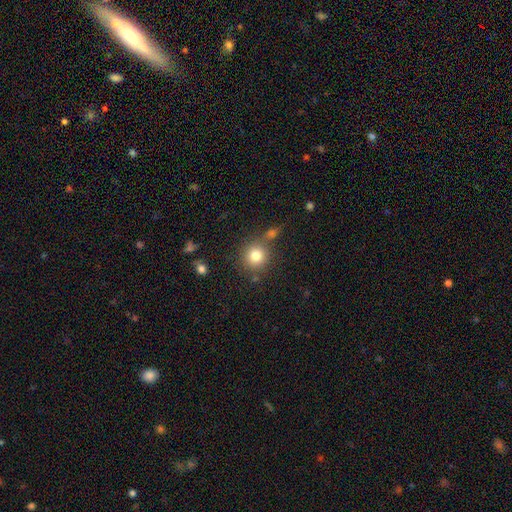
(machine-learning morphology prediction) Q: Smooth or featured?
A: smooth (80%); runner-up: star or artifact (11%)
Q: How rounded?
A: round (92%); runner-up: in between (7%)
Q: Merging?
A: none (75%); runner-up: merger (12%)